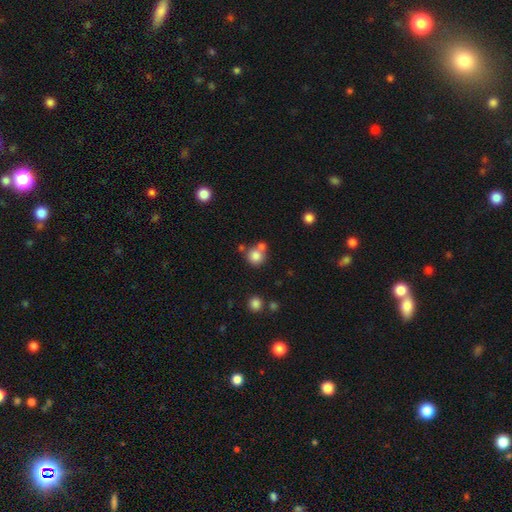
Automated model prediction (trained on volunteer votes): This appears to be a smooth galaxy with no disk features (80%) that is round (90%). Merging: none (56%).